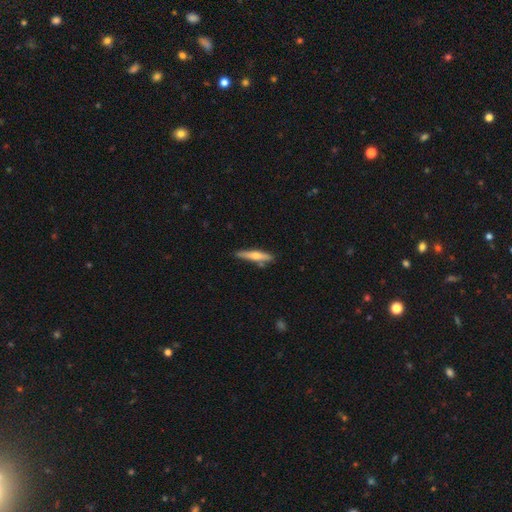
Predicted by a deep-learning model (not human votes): Q: Smooth or featured?
A: featured or disk (48%); runner-up: smooth (46%)
Q: Merging?
A: none (80%); runner-up: minor disturbance (12%)